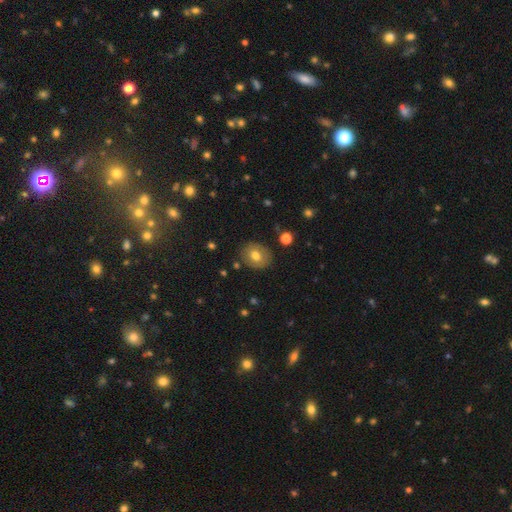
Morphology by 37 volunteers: Smooth or featured? smooth (65%)
How rounded? round (62%)
Merging? none (83%)